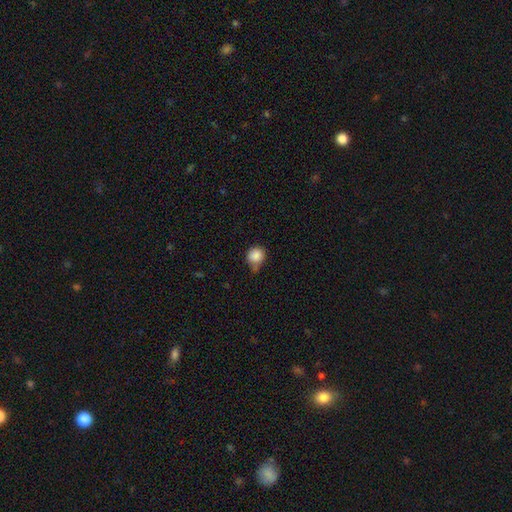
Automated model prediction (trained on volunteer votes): Smooth or featured?
  - smooth: 85% *
  - star or artifact: 9%
  - featured or disk: 6%
How rounded?
  - round: 84% *
  - in between: 15%
  - cigar-shaped: 1%
Merging?
  - none: 51% *
  - minor disturbance: 33%
  - merger: 9%
  - major disturbance: 8%